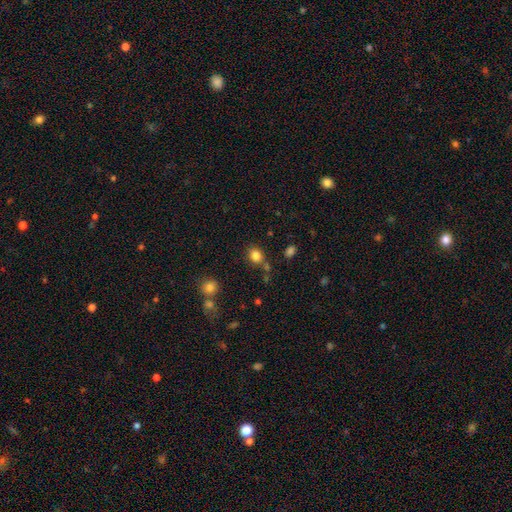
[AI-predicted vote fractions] Smooth or featured?
  - smooth: 83% *
  - star or artifact: 12%
  - featured or disk: 6%
How rounded?
  - round: 59% *
  - in between: 40%
  - cigar-shaped: 1%
Merging?
  - none: 74% *
  - minor disturbance: 13%
  - merger: 9%
  - major disturbance: 4%